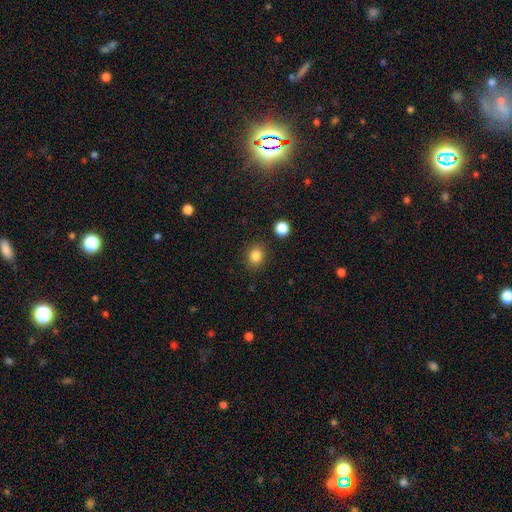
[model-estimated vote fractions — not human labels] Smooth or featured: smooth — 85% (star or artifact — 11%)
How rounded: round — 68% (in between — 31%)
Merging: none — 87% (minor disturbance — 8%)